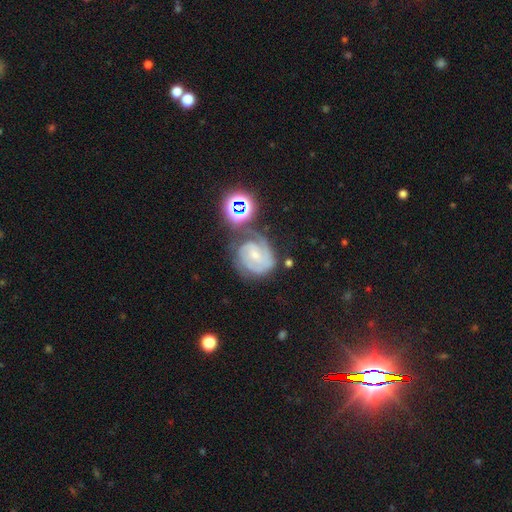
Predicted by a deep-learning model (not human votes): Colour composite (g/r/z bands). It shows a featured or disk galaxy (80%) with no bar (45%), 2 (50%) tight (62%) spiral arms (95%) and a small central bulge (64%). Merging: none (54%).